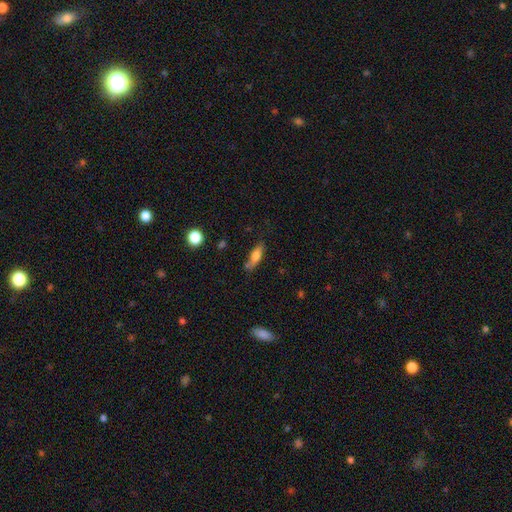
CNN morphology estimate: The model was most divided on "how rounded": in between: 53%, cigar-shaped: 44%, round: 3%. More confident: smooth or featured — smooth (67%); merging — none (63%).